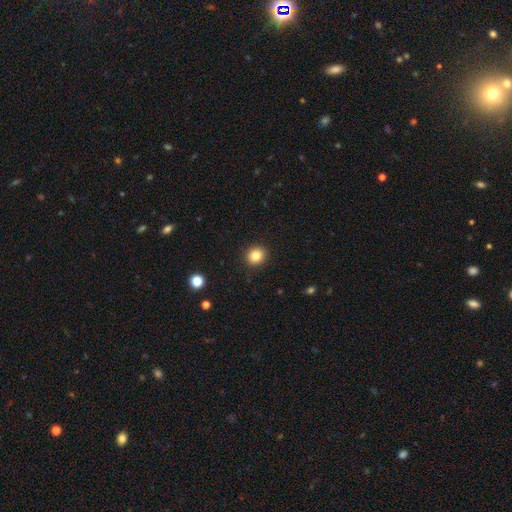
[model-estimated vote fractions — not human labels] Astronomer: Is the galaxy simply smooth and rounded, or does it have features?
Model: smooth — 84%.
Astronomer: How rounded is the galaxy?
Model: round — 84%.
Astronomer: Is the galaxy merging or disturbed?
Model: none — 92%.